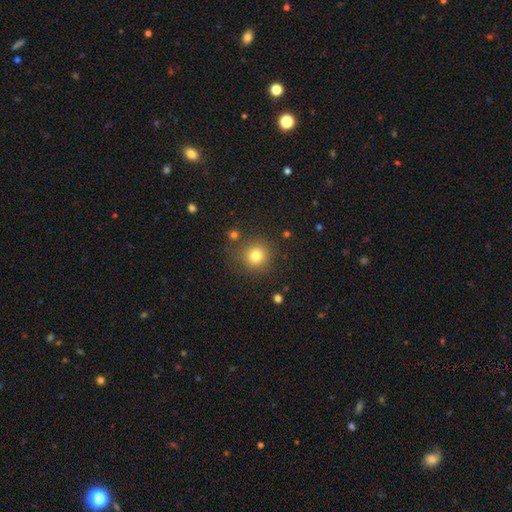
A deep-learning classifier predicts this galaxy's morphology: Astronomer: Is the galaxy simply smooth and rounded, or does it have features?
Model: smooth — 80%.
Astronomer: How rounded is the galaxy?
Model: round — 92%.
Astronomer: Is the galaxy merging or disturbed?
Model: none — 84%.